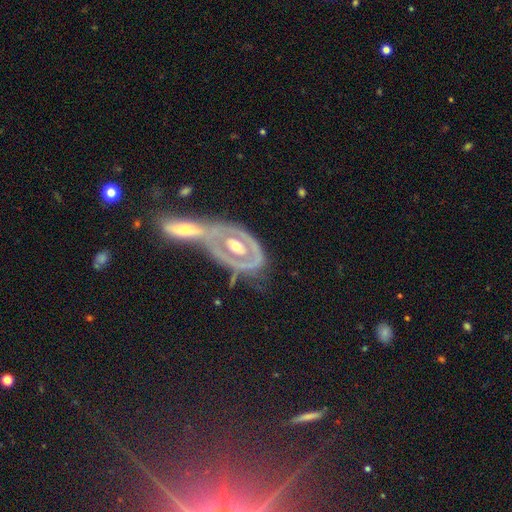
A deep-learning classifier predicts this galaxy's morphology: Smooth or featured?
  - featured or disk: 78% *
  - smooth: 17%
  - star or artifact: 5%
Edge-on disk?
  - no: 91% *
  - yes: 9%
Bar?
  - no: 65% *
  - weak: 21%
  - strong: 13%
Spiral arms?
  - no: 54% *
  - yes: 46%
Bulge size?
  - moderate: 73% *
  - small: 16%
  - large: 8%
  - none: 2%
  - dominant: 1%
Merging?
  - merger: 43% *
  - none: 31%
  - minor disturbance: 15%
  - major disturbance: 11%